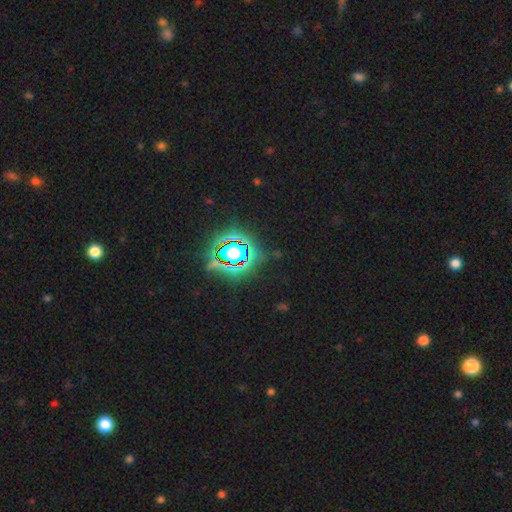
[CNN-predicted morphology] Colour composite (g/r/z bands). It shows a star or artifact, not a galaxy (78%).